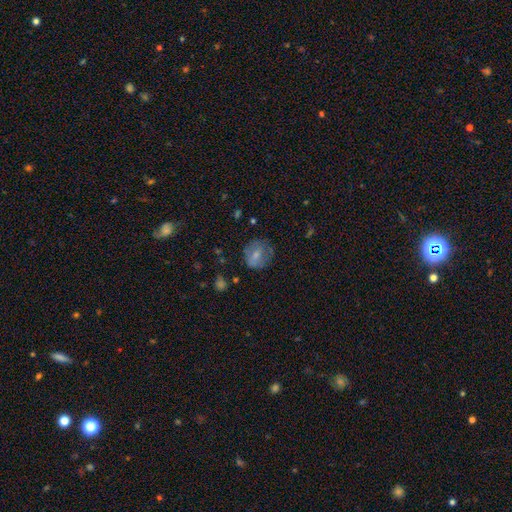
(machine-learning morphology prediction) smooth 65%, featured or disk 26%, star or artifact 9%. Down the decision tree: how rounded — round (67%); merging — none (62%).